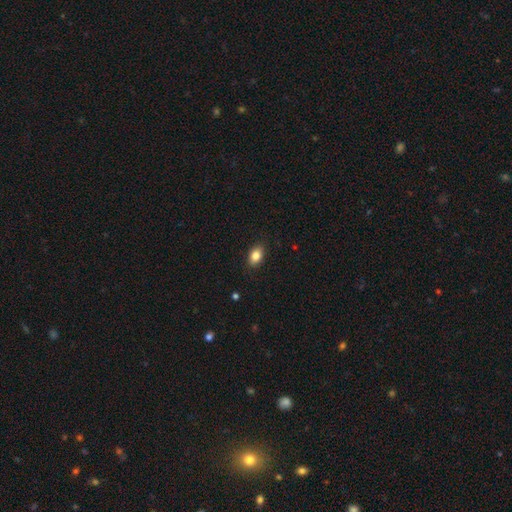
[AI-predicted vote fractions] This appears to be a smooth galaxy with no disk features (85%) that is in between round and cigar-shaped (84%). Merging: none (88%).